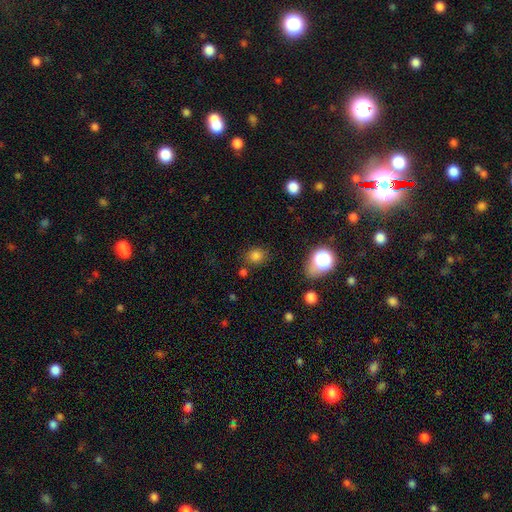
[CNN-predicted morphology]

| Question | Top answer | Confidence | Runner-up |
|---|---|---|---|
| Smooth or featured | smooth | 78% | star or artifact (16%) |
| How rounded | round | 73% | in between (26%) |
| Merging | none | 80% | minor disturbance (12%) |